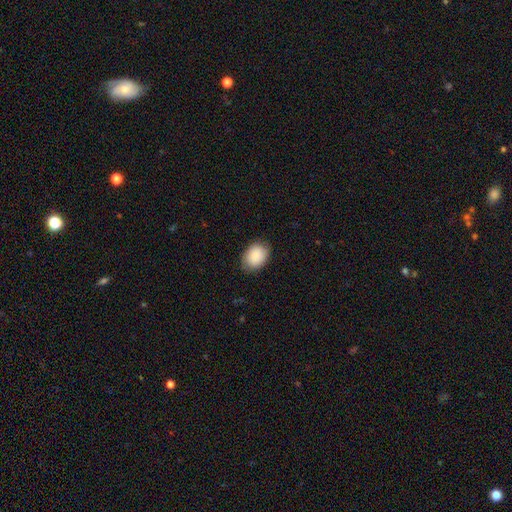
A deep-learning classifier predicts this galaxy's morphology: type=smooth (88%); roundness=in between (74%); merging=none (84%).